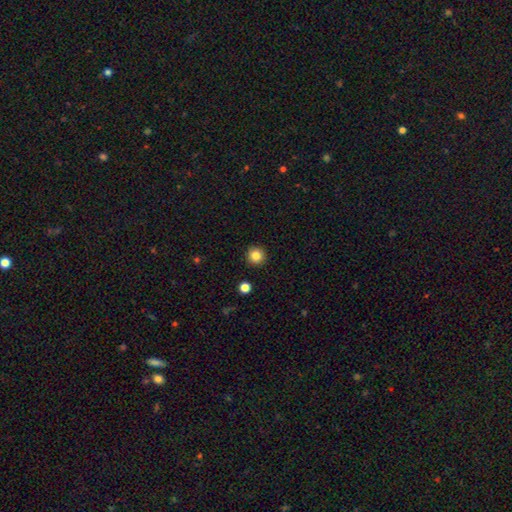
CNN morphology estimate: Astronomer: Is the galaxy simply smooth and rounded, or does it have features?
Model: smooth — 85%.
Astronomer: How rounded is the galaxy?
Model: round — 95%.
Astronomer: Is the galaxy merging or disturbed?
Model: none — 92%.